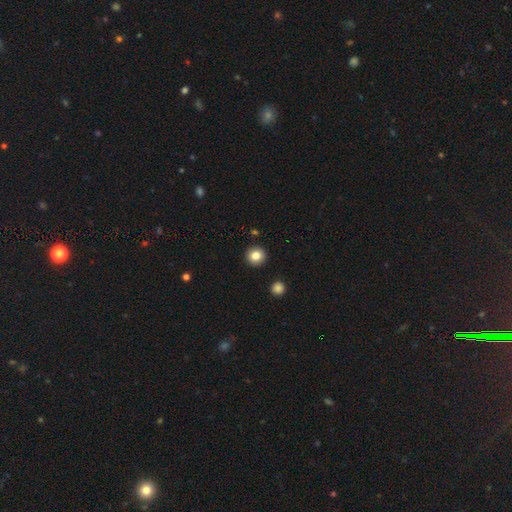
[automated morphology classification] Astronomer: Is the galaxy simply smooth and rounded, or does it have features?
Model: smooth — 84%.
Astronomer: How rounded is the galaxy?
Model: round — 93%.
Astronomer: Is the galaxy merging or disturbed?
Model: none — 91%.